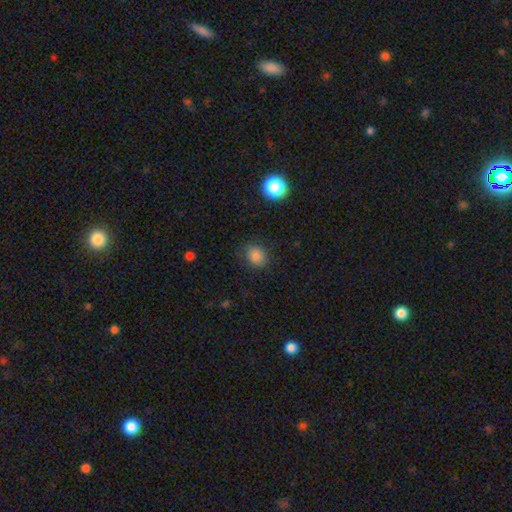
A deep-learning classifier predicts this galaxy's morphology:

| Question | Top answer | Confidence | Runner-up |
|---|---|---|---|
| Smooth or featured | smooth | 84% | star or artifact (12%) |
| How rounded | round | 64% | in between (35%) |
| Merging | none | 79% | minor disturbance (15%) |